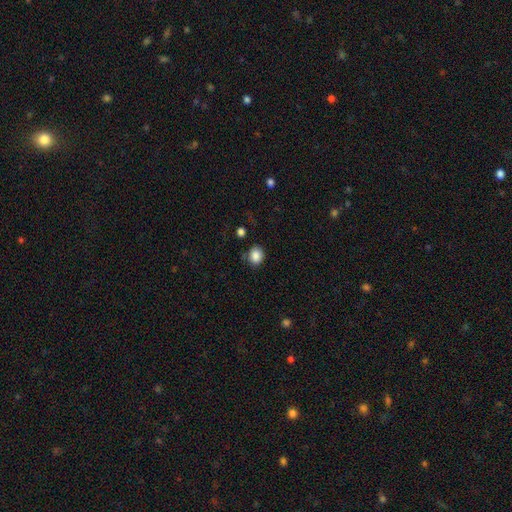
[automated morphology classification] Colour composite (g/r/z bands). It shows a smooth galaxy with no disk features (86%) that is round (65%). Merging: none (79%).